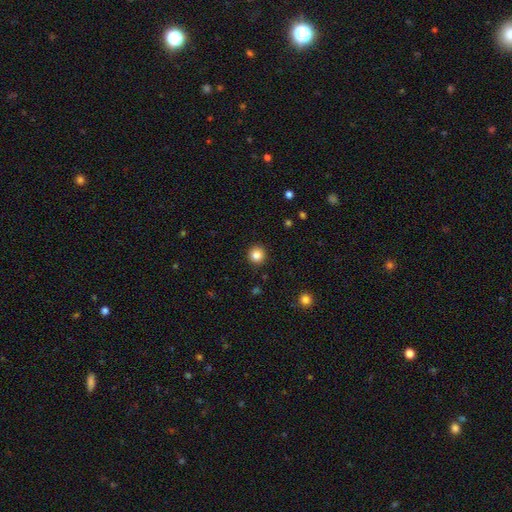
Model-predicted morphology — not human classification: Smooth or featured? smooth (84%)
How rounded? round (95%)
Merging? none (92%)